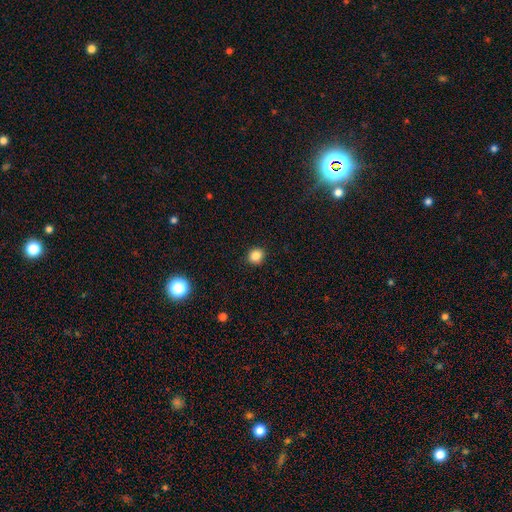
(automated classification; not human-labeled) Overall: smooth (84%). How rounded: round (83%). Merging: none (92%).